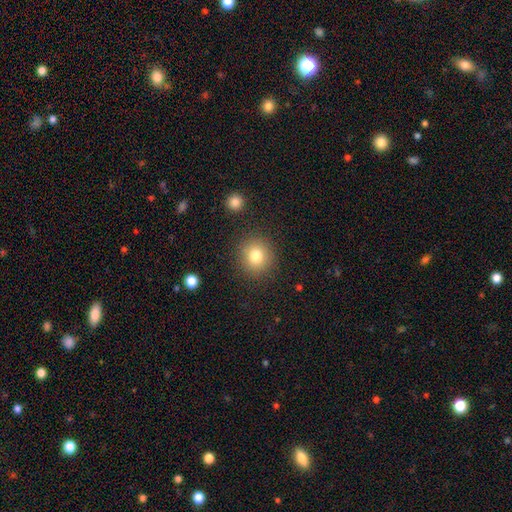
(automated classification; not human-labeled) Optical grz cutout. It shows a smooth galaxy with no disk features (80%) that is round (87%). Merging: none (87%).